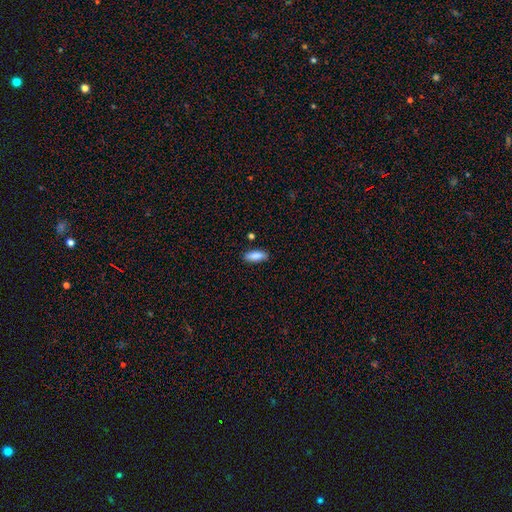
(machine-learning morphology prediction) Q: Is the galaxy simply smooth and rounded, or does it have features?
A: smooth — 86%.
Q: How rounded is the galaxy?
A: in between — 71%.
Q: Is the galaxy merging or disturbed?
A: none — 85%.